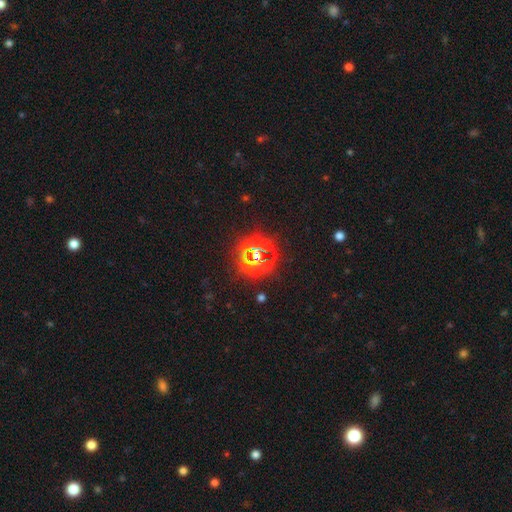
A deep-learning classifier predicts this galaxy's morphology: Overall: star or artifact (73%).